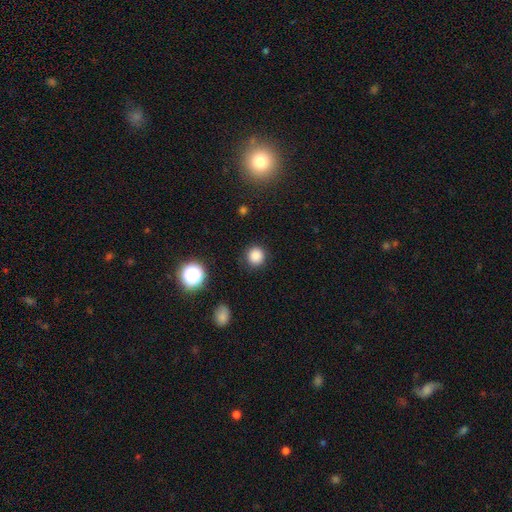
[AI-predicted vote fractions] Q: Smooth or featured?
A: smooth (84%); runner-up: star or artifact (13%)
Q: How rounded?
A: round (92%); runner-up: in between (7%)
Q: Merging?
A: none (89%); runner-up: minor disturbance (7%)